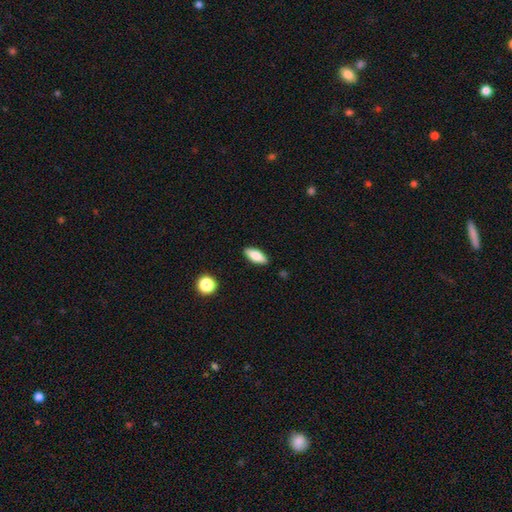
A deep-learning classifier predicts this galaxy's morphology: smooth-or-featured: smooth: 73% | featured or disk: 20% | star or artifact: 7%
  how-rounded: in between: 73% | cigar-shaped: 24% | round: 3%
  merging: none: 88% | minor disturbance: 9% | major disturbance: 2% | merger: 1%